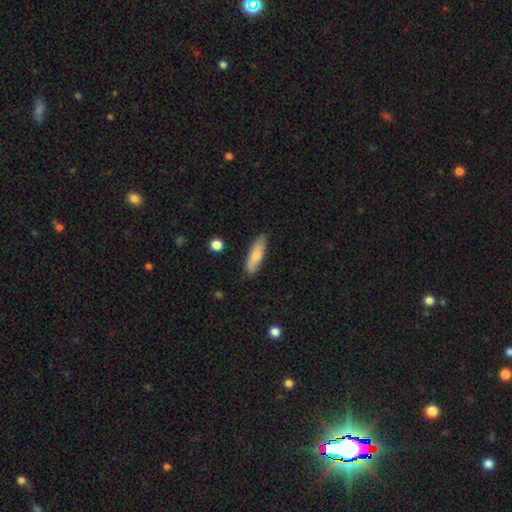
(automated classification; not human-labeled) smooth 75%, featured or disk 19%, star or artifact 6%. Down the decision tree: how rounded — cigar-shaped (55%); merging — none (83%).